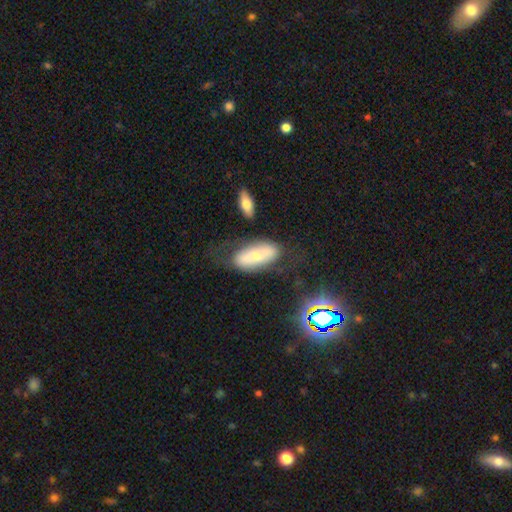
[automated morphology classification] This is possibly a smooth galaxy (53%). How rounded: clearly in between (84%). Merging: likely none (60%).